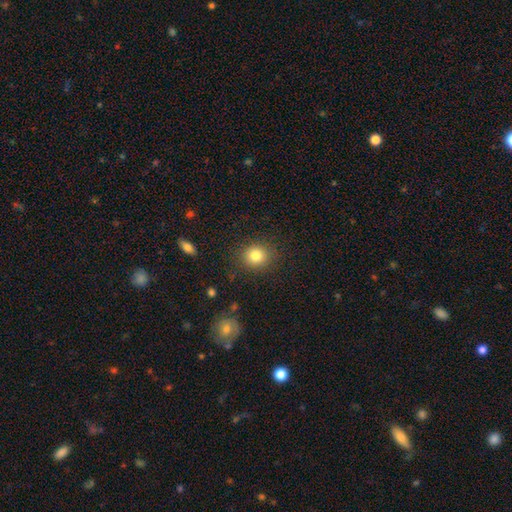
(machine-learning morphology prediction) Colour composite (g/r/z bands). It shows a smooth galaxy with no disk features (82%) that is round (82%). Merging: none (87%).